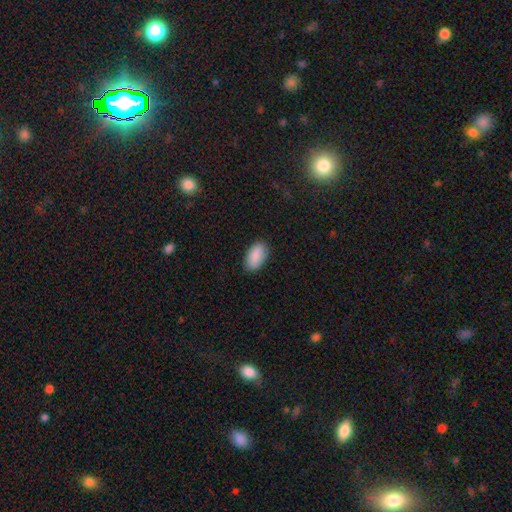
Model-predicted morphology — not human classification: The model was most divided on "merging": none: 87%, minor disturbance: 10%, major disturbance: 2%, merger: 1%. More confident: how rounded — in between (94%); smooth or featured — smooth (87%).